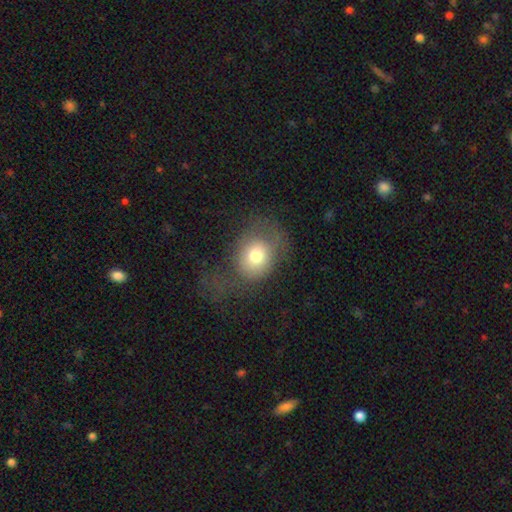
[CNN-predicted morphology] Smooth or featured: smooth — 73% (featured or disk — 16%)
How rounded: round — 54% (in between — 45%)
Merging: none — 46% (major disturbance — 29%)